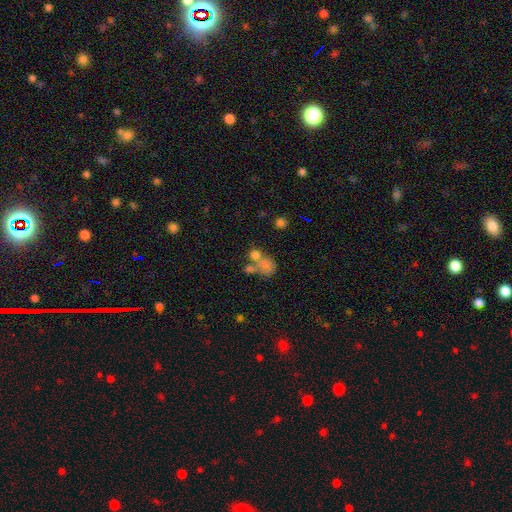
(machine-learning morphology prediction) smooth-or-featured: smooth: 70% | featured or disk: 16% | star or artifact: 15%
  how-rounded: round: 65% | in between: 34% | cigar-shaped: 1%
  merging: merger: 49% | none: 33% | minor disturbance: 10% | major disturbance: 8%